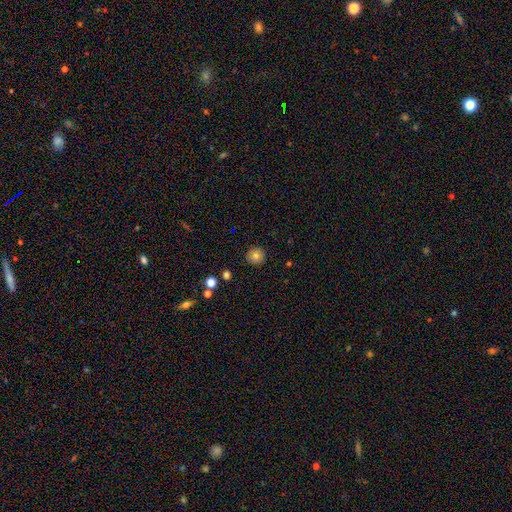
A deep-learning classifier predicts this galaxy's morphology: A smooth galaxy with no disk features (80%) that is round (95%). Merging: none (91%).